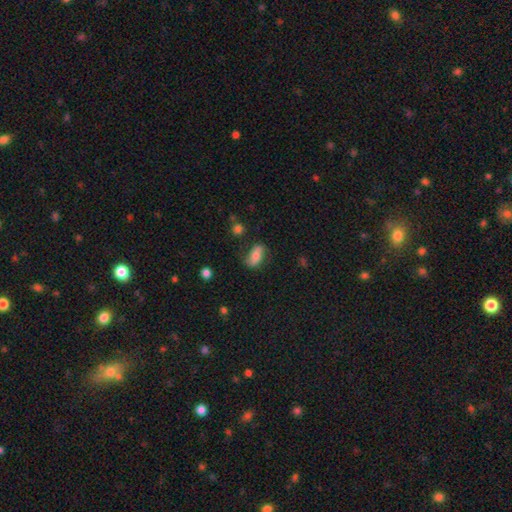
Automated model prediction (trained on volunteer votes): This is possibly a smooth galaxy (58%). How rounded: clearly in between (84%). Merging: likely none (66%).